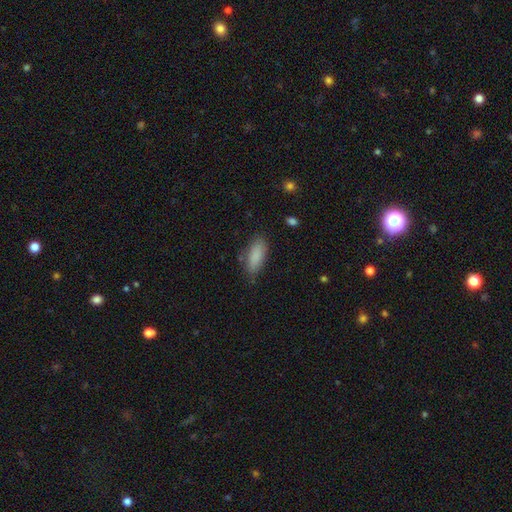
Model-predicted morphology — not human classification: Smooth or featured: smooth — 87% (star or artifact — 7%)
How rounded: in between — 76% (cigar-shaped — 23%)
Merging: none — 79% (minor disturbance — 15%)